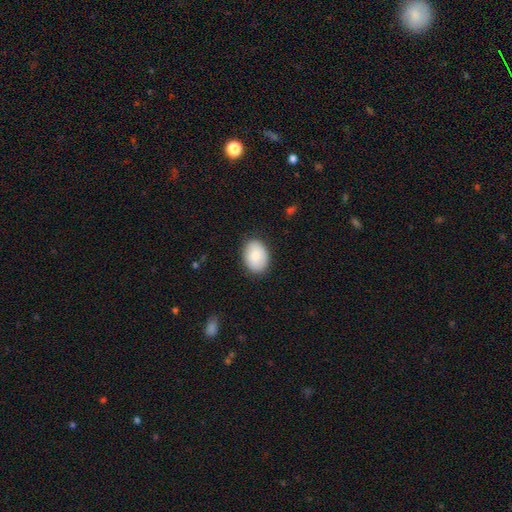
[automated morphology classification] smooth-or-featured: smooth: 86% | featured or disk: 8% | star or artifact: 6%
  how-rounded: in between: 79% | round: 20% | cigar-shaped: 1%
  merging: none: 85% | minor disturbance: 12% | major disturbance: 2% | merger: 1%